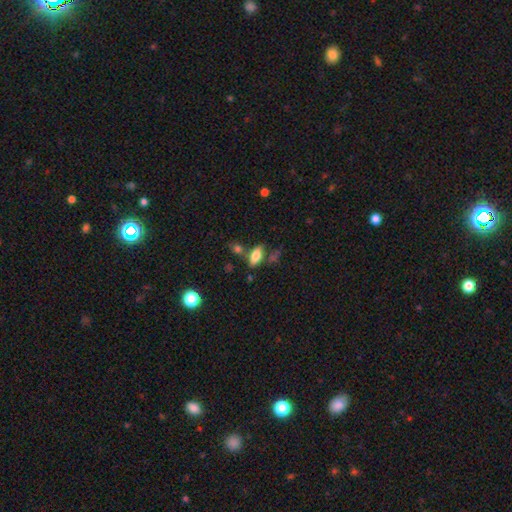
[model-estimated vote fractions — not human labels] Morphology: type=smooth (72%); roundness=in between (82%); merging=none (62%).